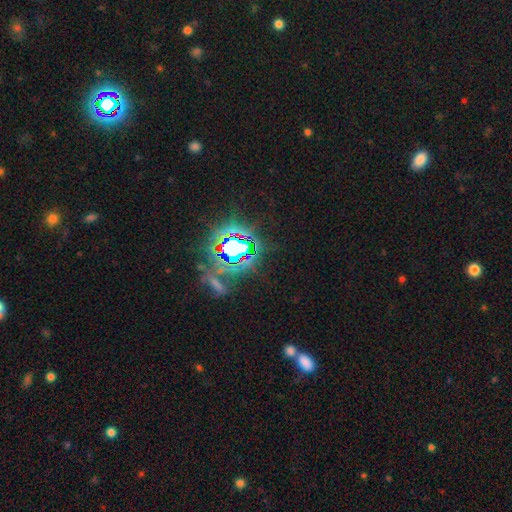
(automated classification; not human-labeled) smooth_or_featured: star or artifact (p=0.81) [alt: smooth p=0.10]